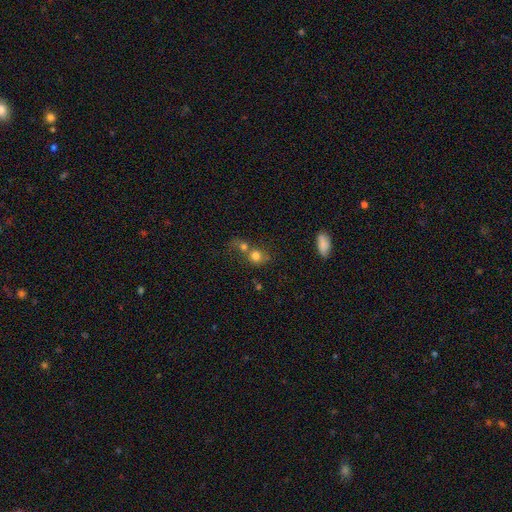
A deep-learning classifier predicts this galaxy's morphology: Smooth or featured: smooth — 74% (featured or disk — 14%)
How rounded: round — 75% (in between — 23%)
Merging: merger — 57% (none — 29%)